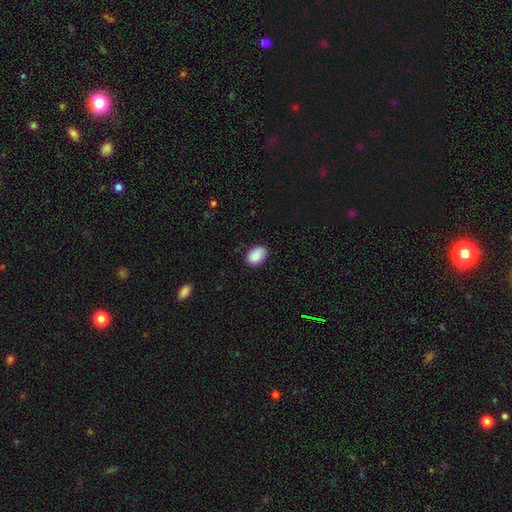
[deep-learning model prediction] This appears to be a smooth galaxy with no disk features (87%) that is in between round and cigar-shaped (82%). Merging: none (77%).